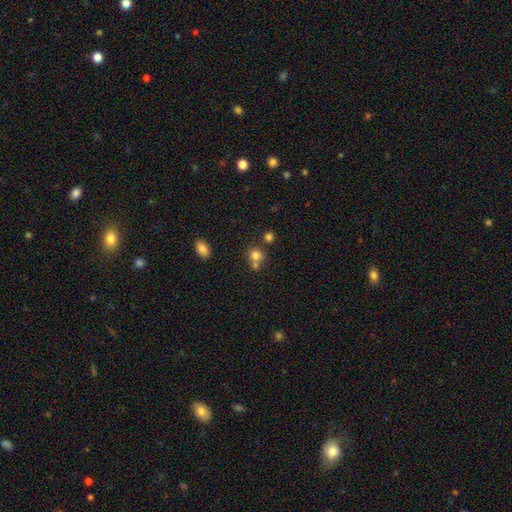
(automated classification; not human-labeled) A smooth galaxy with no disk features (77%) that is round (81%). Merging: none (51%).